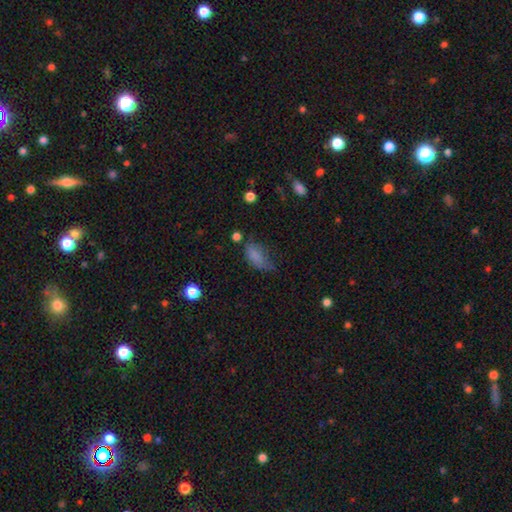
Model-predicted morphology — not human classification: A smooth galaxy with no disk features (78%) that is in between round and cigar-shaped (89%).

Vote fractions:
- Smooth or featured? smooth: 78% / featured or disk: 11% / star or artifact: 11%
- How rounded? in between: 89% / cigar-shaped: 6% / round: 6%
- Merging? minor disturbance: 38% / none: 33% / major disturbance: 24% / merger: 4%